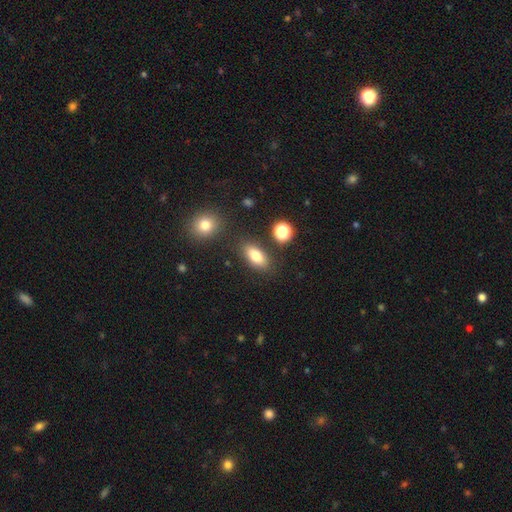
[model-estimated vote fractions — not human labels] smooth_or_featured: smooth (p=0.79) [alt: featured or disk p=0.11]
how_rounded: in between (p=0.81) [alt: cigar-shaped p=0.13]
merging: none (p=0.81) [alt: minor disturbance p=0.11]